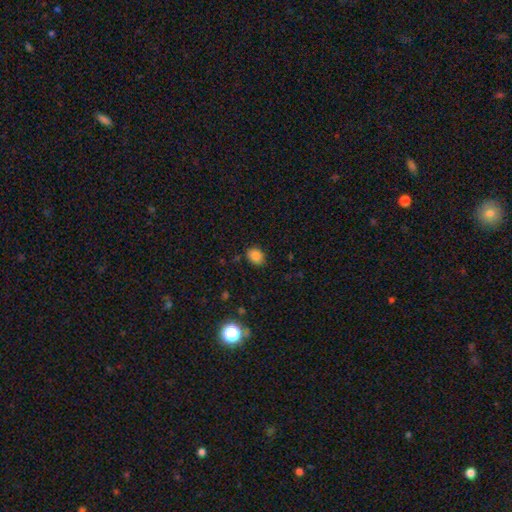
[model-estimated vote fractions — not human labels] Q: Smooth or featured?
A: smooth (83%); runner-up: star or artifact (12%)
Q: How rounded?
A: in between (57%); runner-up: round (42%)
Q: Merging?
A: none (84%); runner-up: minor disturbance (12%)